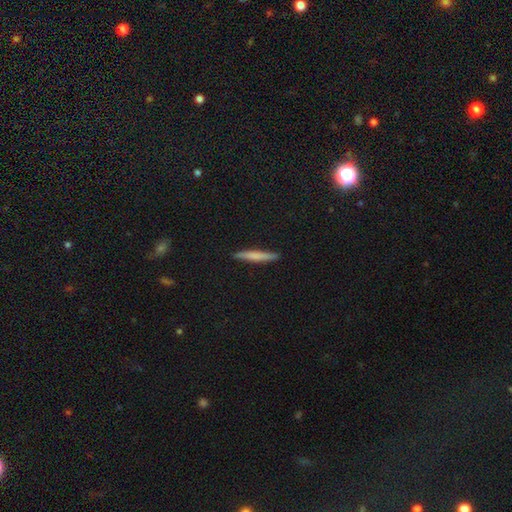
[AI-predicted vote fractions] Overall: smooth (68%). How rounded: cigar-shaped (95%). Merging: none (90%).